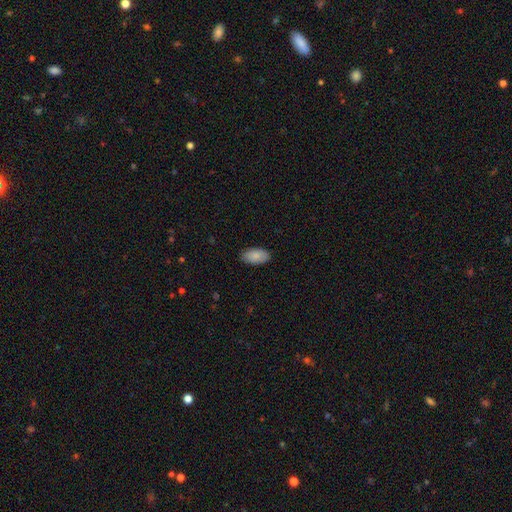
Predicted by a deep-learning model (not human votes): A smooth galaxy with no disk features (87%) that is in between round and cigar-shaped (95%).

Vote fractions:
- Smooth or featured? smooth: 87% / featured or disk: 7% / star or artifact: 6%
- How rounded? in between: 95% / round: 3% / cigar-shaped: 2%
- Merging? none: 87% / minor disturbance: 11% / major disturbance: 2% / merger: 1%